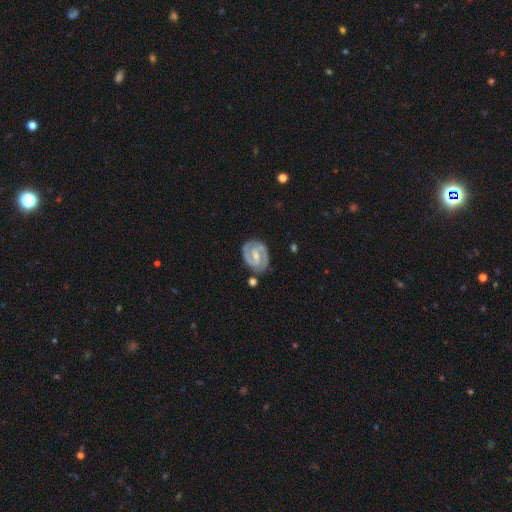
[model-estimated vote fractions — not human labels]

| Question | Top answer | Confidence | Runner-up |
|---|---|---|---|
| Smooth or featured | featured or disk | 86% | smooth (10%) |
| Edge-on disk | no | 97% | yes (3%) |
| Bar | weak | 49% | strong (33%) |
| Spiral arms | yes | 96% | no (4%) |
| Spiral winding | tight | 54% | medium (39%) |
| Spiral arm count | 2 | 87% | can't tell (5%) |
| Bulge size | small | 47% | moderate (45%) |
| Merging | none | 77% | minor disturbance (15%) |